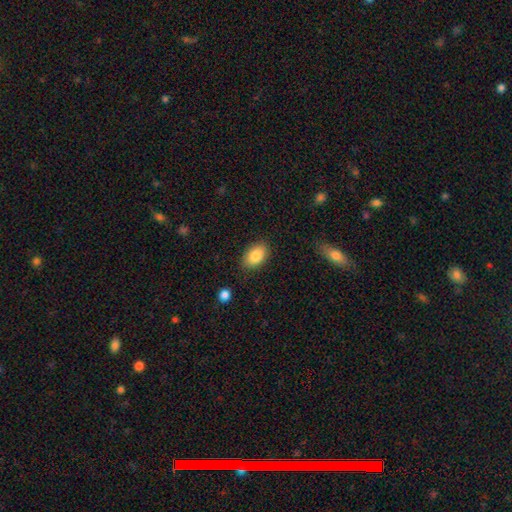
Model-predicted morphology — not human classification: A smooth galaxy with no disk features (86%) that is in between round and cigar-shaped (90%).

Vote fractions:
- Smooth or featured? smooth: 86% / star or artifact: 7% / featured or disk: 7%
- How rounded? in between: 90% / round: 9% / cigar-shaped: 1%
- Merging? none: 85% / minor disturbance: 11% / major disturbance: 3% / merger: 1%